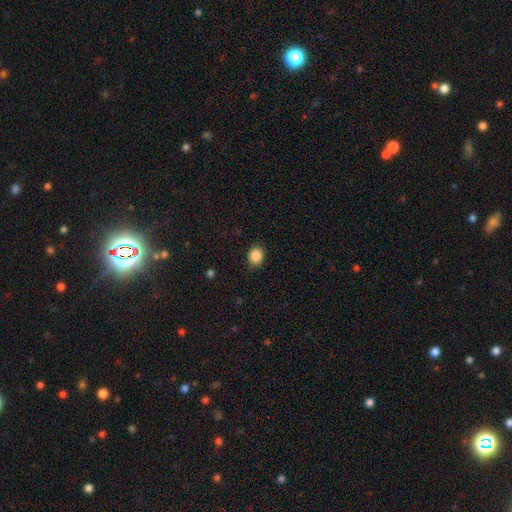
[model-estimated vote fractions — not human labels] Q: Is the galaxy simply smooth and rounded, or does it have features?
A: smooth — 87%.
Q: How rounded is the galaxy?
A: round — 62%.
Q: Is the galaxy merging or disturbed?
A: none — 86%.